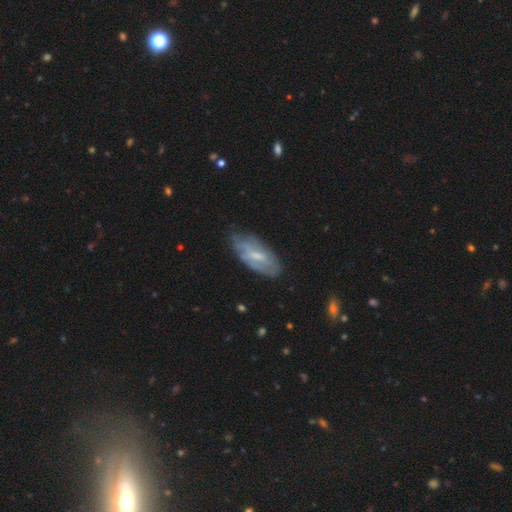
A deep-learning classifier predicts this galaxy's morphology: Smooth or featured?
  - featured or disk: 51% *
  - smooth: 42%
  - star or artifact: 7%
Edge-on disk?
  - no: 85% *
  - yes: 15%
Merging?
  - none: 66% *
  - minor disturbance: 26%
  - major disturbance: 7%
  - merger: 2%